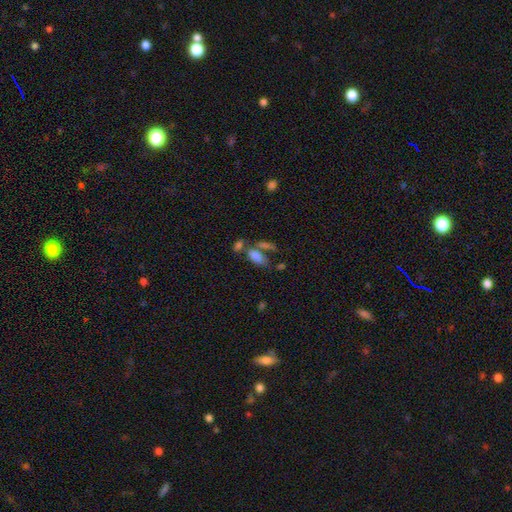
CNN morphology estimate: smooth_or_featured: smooth (p=0.77) [alt: featured or disk p=0.13]
how_rounded: in between (p=0.88) [alt: cigar-shaped p=0.08]
merging: merger (p=0.39) [tied with: none p=0.39]